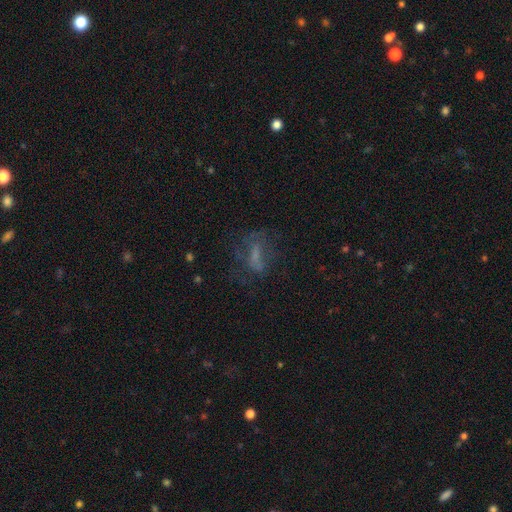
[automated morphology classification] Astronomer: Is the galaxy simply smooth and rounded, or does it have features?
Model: smooth — 41% (runner-up: featured or disk, 37%).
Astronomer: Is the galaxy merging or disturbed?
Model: none — 48% (runner-up: major disturbance, 30%).